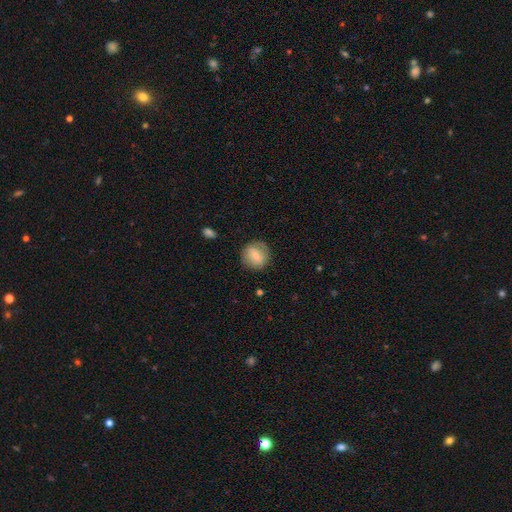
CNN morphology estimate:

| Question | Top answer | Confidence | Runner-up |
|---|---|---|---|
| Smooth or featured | smooth | 66% | featured or disk (26%) |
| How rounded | round | 87% | in between (12%) |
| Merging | none | 84% | minor disturbance (11%) |